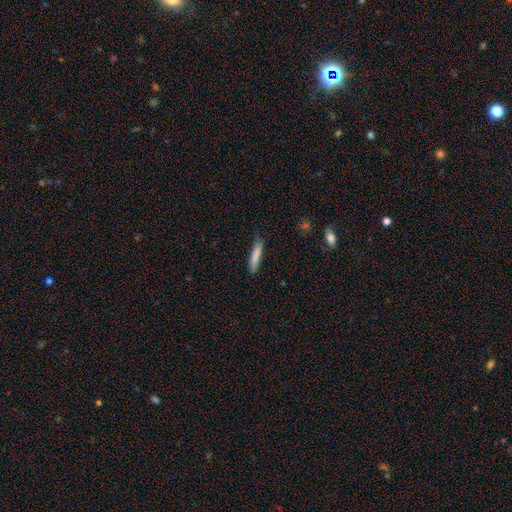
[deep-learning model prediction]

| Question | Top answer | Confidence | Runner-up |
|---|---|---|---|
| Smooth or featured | smooth | 83% | featured or disk (11%) |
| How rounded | cigar-shaped | 88% | in between (10%) |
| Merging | none | 77% | minor disturbance (18%) |